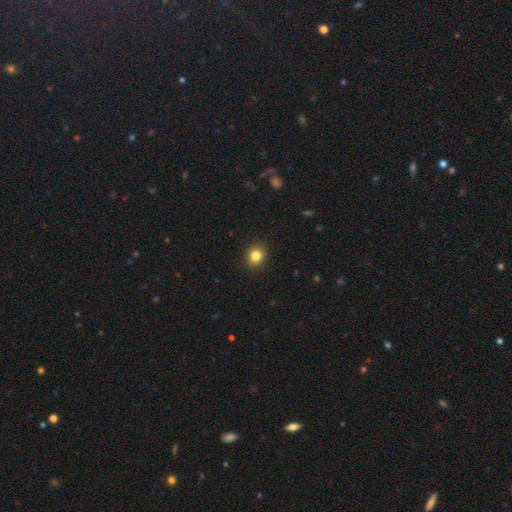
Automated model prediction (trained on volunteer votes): A smooth galaxy with no disk features (84%) that is round (61%).

Vote fractions:
- Smooth or featured? smooth: 84% / star or artifact: 10% / featured or disk: 5%
- How rounded? round: 61% / in between: 38% / cigar-shaped: 1%
- Merging? none: 91% / minor disturbance: 6% / major disturbance: 2% / merger: 1%